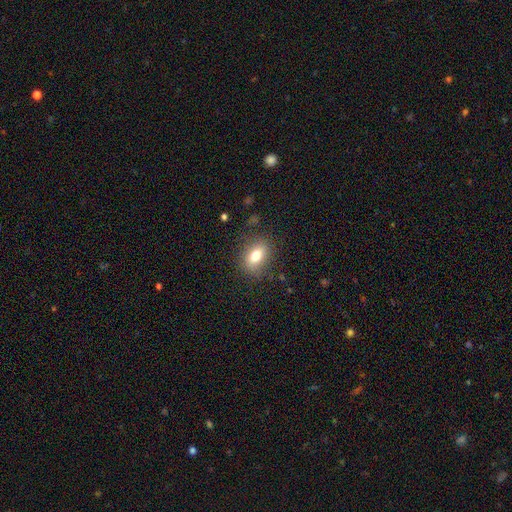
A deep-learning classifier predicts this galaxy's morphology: A smooth galaxy with no disk features (76%) that is in between round and cigar-shaped (77%). Merging: none (82%).